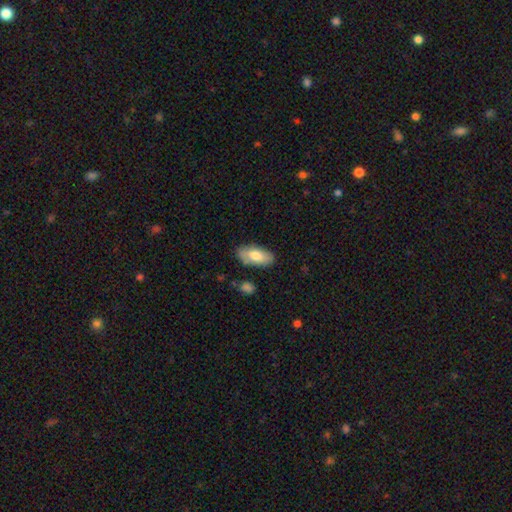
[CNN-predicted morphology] The model was most divided on "smooth or featured": smooth: 74%, featured or disk: 20%, star or artifact: 6%. More confident: how rounded — in between (91%); merging — none (77%).